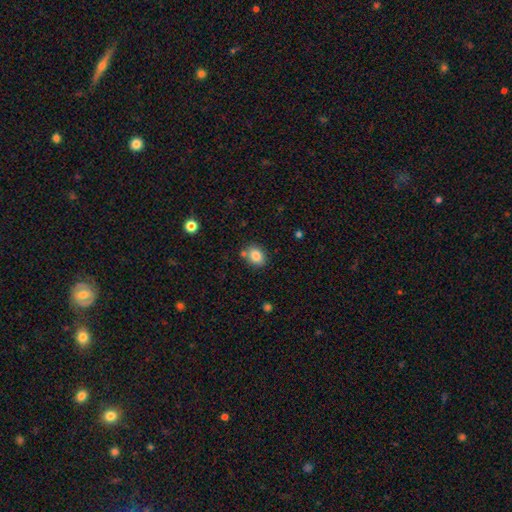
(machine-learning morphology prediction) This is clearly a smooth galaxy (84%). How rounded: possibly in between (56%). Merging: likely none (72%).